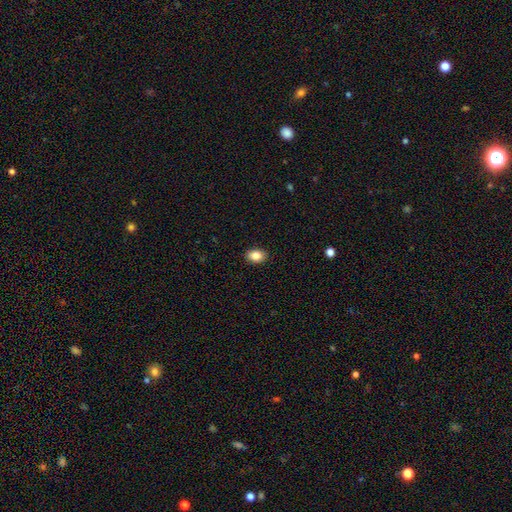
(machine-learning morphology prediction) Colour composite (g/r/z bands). It shows a smooth galaxy with no disk features (85%) that is in between round and cigar-shaped (78%). Merging: none (90%).